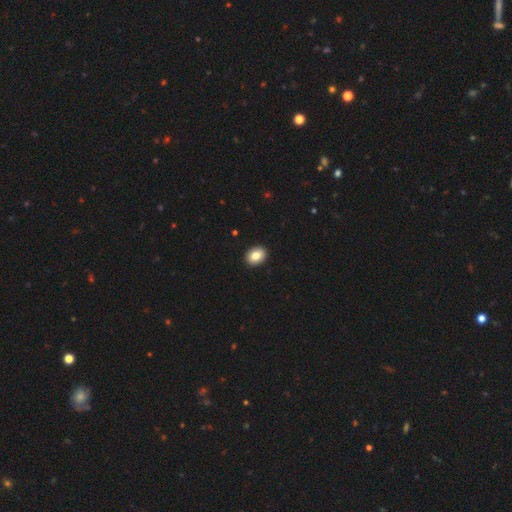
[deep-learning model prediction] smooth-or-featured: smooth: 84% | featured or disk: 8% | star or artifact: 8%
  how-rounded: in between: 65% | round: 34% | cigar-shaped: 1%
  merging: none: 92% | minor disturbance: 5% | major disturbance: 1% | merger: 1%